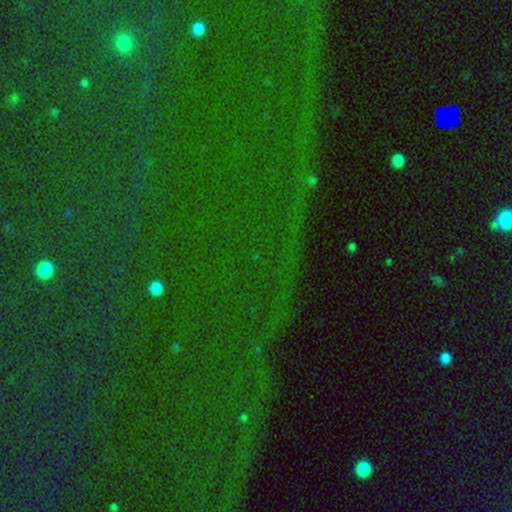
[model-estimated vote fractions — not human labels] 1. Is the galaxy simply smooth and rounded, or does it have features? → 83% star or artifact, 9% featured or disk, 8% smooth.